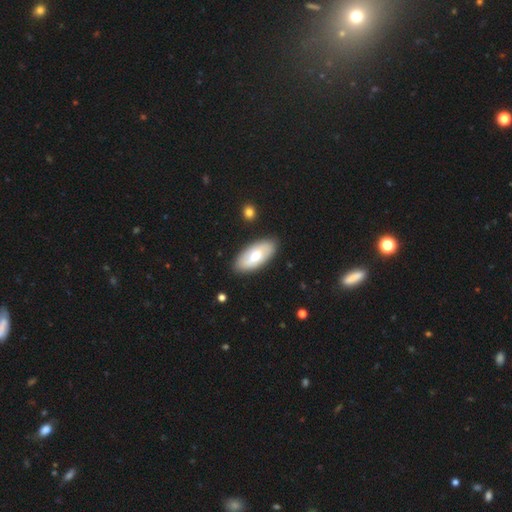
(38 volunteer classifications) Smooth or featured: smooth — 63% (featured or disk — 34%)
How rounded: in between — 83% (round — 8%)
Merging: none — 84% (minor disturbance — 14%)